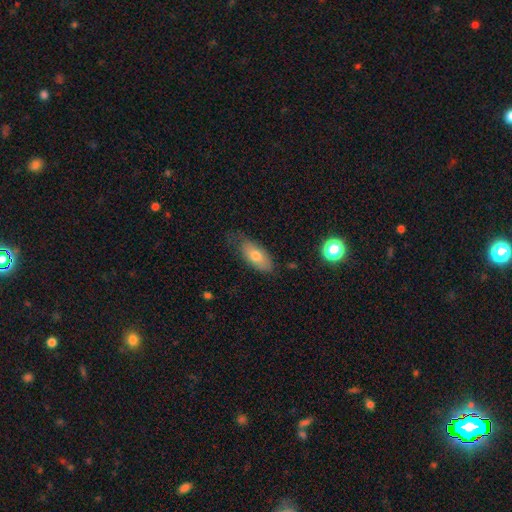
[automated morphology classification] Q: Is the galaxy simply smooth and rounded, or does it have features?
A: smooth — 72%.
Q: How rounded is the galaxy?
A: in between — 86%.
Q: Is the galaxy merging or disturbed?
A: none — 61%.